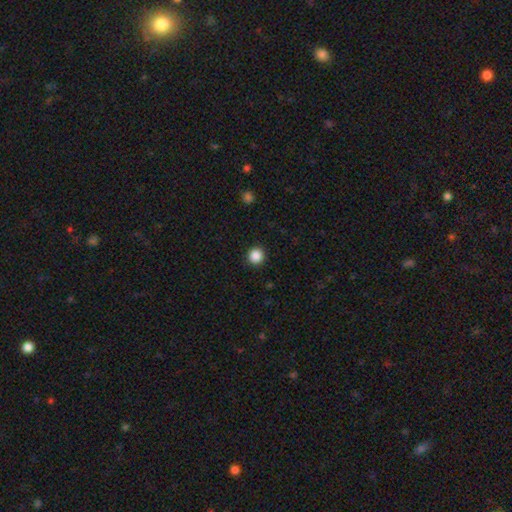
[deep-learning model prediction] A smooth galaxy with no disk features (87%) that is round (95%).

Vote fractions:
- Smooth or featured? smooth: 87% / star or artifact: 10% / featured or disk: 3%
- How rounded? round: 95% / in between: 4% / cigar-shaped: 1%
- Merging? none: 93% / minor disturbance: 5% / major disturbance: 2% / merger: 1%